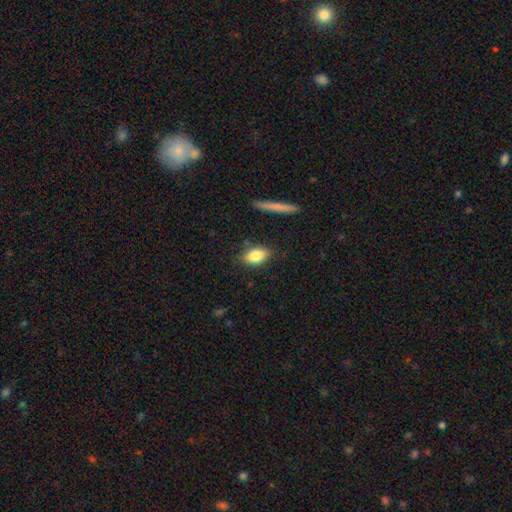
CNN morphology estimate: smooth_or_featured: smooth (p=0.81) [alt: featured or disk p=0.12]
how_rounded: in between (p=0.85) [alt: round p=0.08]
merging: none (p=0.81) [alt: minor disturbance p=0.13]